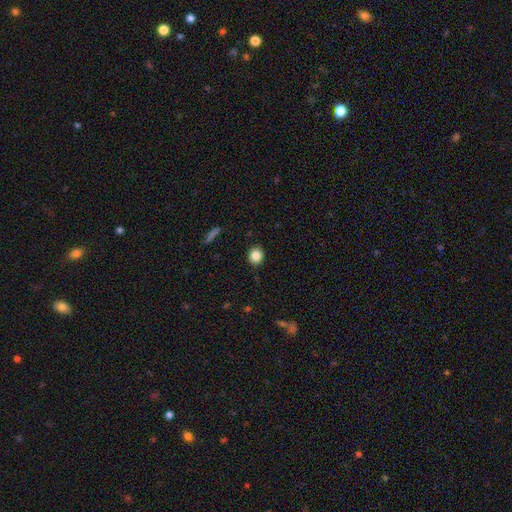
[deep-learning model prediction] smooth 84%, star or artifact 10%, featured or disk 6%. Down the decision tree: how rounded — round (75%); merging — none (90%).